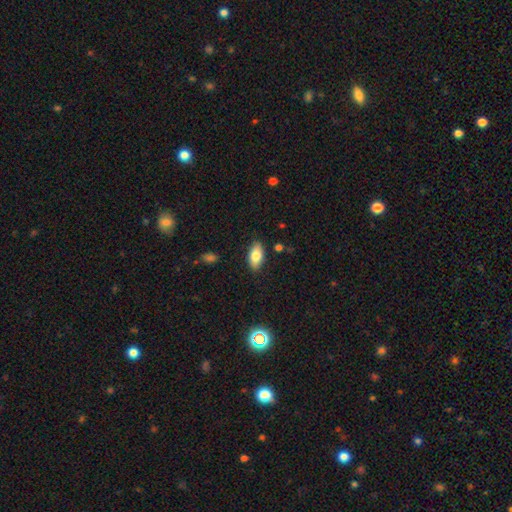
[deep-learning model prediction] A smooth galaxy with no disk features (80%) that is in between round and cigar-shaped (91%). Merging: none (87%).